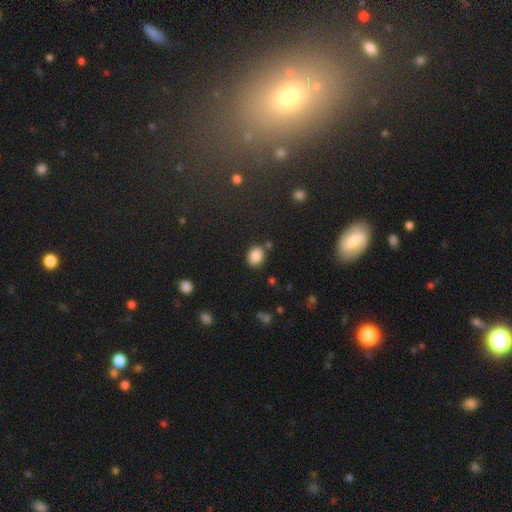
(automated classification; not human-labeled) A smooth galaxy with no disk features (86%) that is in between round and cigar-shaped (54%).

Vote fractions:
- Smooth or featured? smooth: 86% / star or artifact: 9% / featured or disk: 5%
- How rounded? in between: 54% / round: 45% / cigar-shaped: 1%
- Merging? none: 79% / minor disturbance: 12% / merger: 6% / major disturbance: 3%